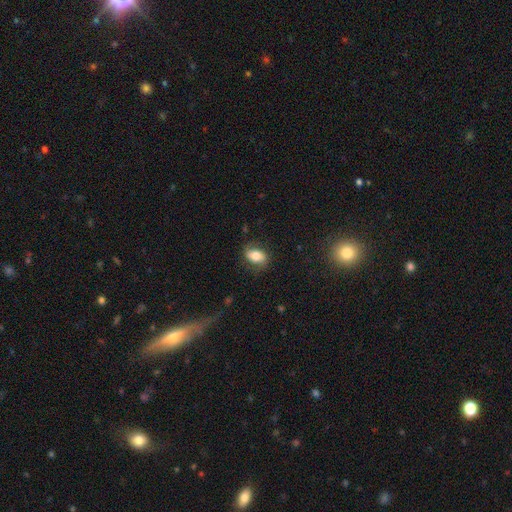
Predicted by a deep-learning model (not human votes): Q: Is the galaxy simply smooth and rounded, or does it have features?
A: smooth — 65%.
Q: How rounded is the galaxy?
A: in between — 83%.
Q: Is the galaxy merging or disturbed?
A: none — 72%.